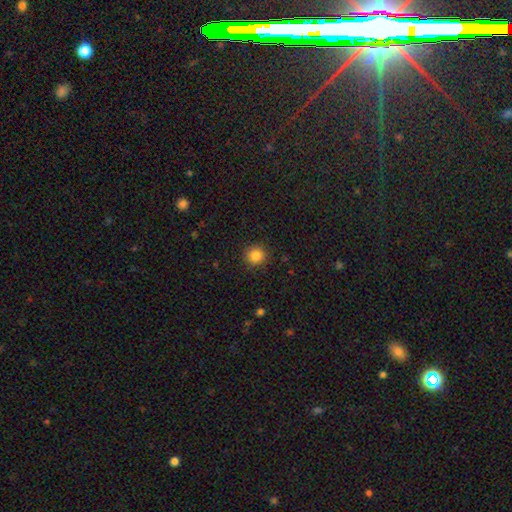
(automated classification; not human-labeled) The model was most divided on "smooth or featured": smooth: 84%, star or artifact: 11%, featured or disk: 5%. More confident: how rounded — round (92%); merging — none (90%).